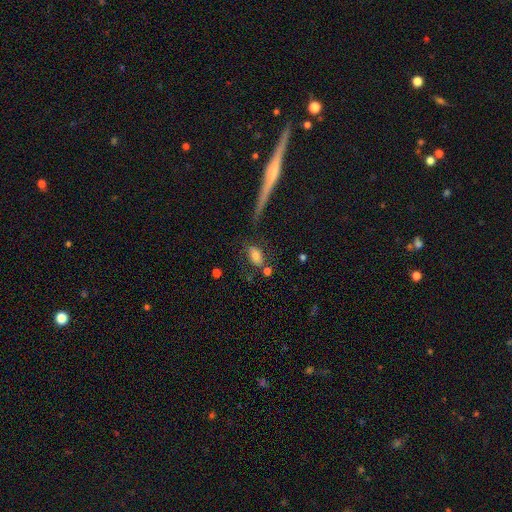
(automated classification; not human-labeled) Smooth or featured: smooth — 67% (featured or disk — 22%)
How rounded: in between — 82% (round — 11%)
Merging: none — 56% (minor disturbance — 18%)